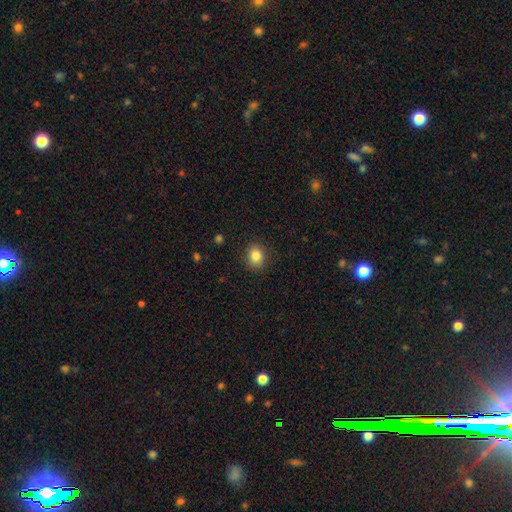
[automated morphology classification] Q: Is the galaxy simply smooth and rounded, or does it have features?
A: smooth — 84%.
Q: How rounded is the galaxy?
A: round — 63%.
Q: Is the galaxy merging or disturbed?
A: none — 89%.